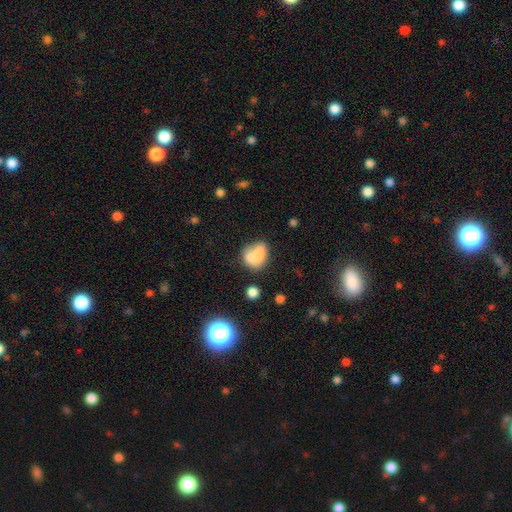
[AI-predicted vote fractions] Q: Smooth or featured?
A: smooth (69%); runner-up: featured or disk (22%)
Q: How rounded?
A: in between (53%); runner-up: round (45%)
Q: Merging?
A: merger (53%); runner-up: none (29%)